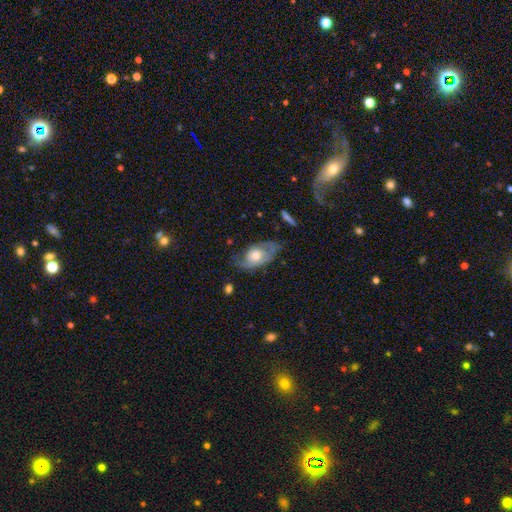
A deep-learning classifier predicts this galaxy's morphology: The model was most divided on "merging": none: 55%, minor disturbance: 28%, major disturbance: 15%, merger: 2%. More confident: edge-on disk — no (91%); spiral arms — yes (77%); bar — no (76%); smooth or featured — featured or disk (63%); bulge size — moderate (58%).